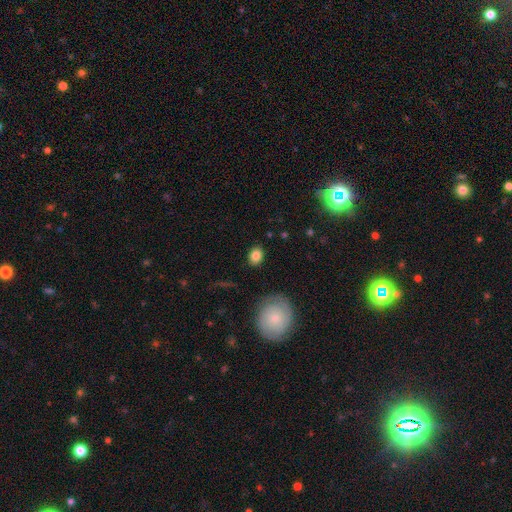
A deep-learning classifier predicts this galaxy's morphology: A smooth galaxy with no disk features (83%) that is in between round and cigar-shaped (55%). Merging: none (85%).